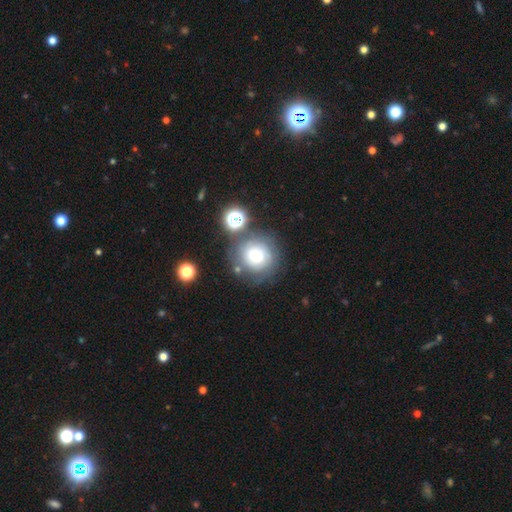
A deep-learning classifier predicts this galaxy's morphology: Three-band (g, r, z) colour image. It shows a smooth galaxy with no disk features (54%) that is round (89%). Merging: none (65%).